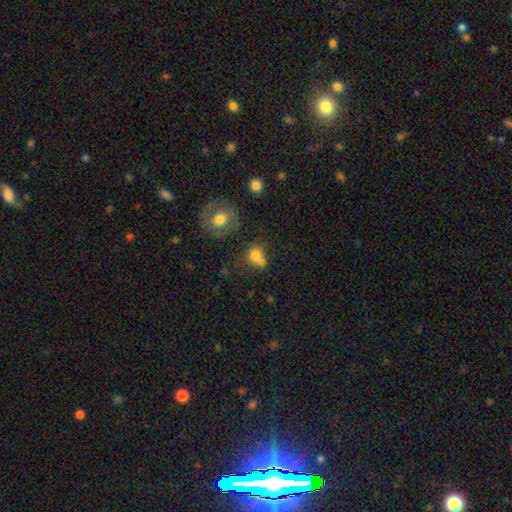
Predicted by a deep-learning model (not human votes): Overall: smooth (73%). How rounded: round (76%). Merging: merger (44%; none 39%).